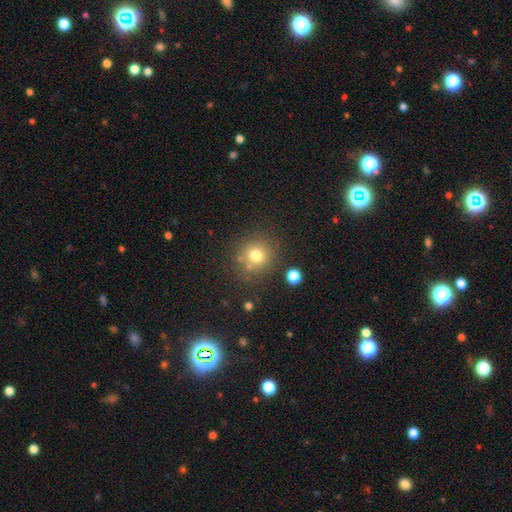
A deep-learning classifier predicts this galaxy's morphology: This is likely a smooth galaxy (76%). How rounded: clearly round (89%). Merging: likely none (79%).